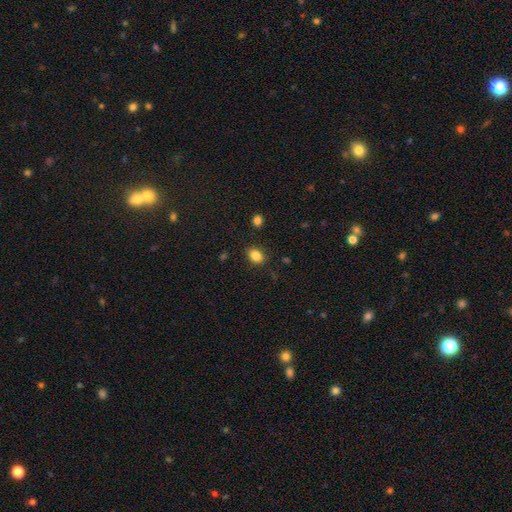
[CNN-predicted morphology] Smooth or featured? smooth (85%)
How rounded? in between (69%)
Merging? none (85%)